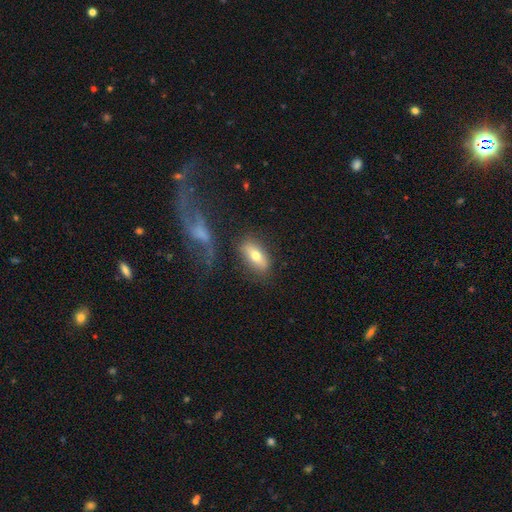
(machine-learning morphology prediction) smooth-or-featured: smooth: 67% | featured or disk: 26% | star or artifact: 7%
  how-rounded: in between: 80% | cigar-shaped: 15% | round: 5%
  merging: none: 71% | minor disturbance: 15% | major disturbance: 7% | merger: 7%